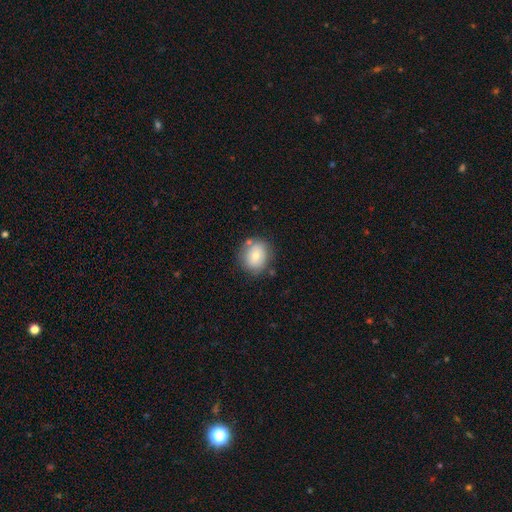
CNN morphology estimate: Smooth or featured? smooth (71%)
How rounded? round (68%)
Merging? none (74%)